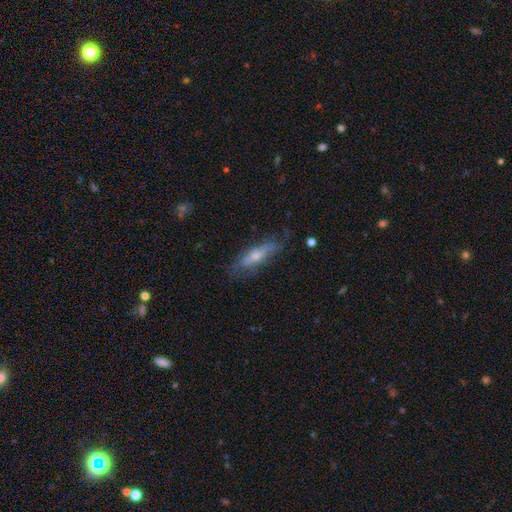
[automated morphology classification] The model was most divided on "smooth or featured": featured or disk: 49%, smooth: 43%, star or artifact: 8%. More confident: merging — none (73%).